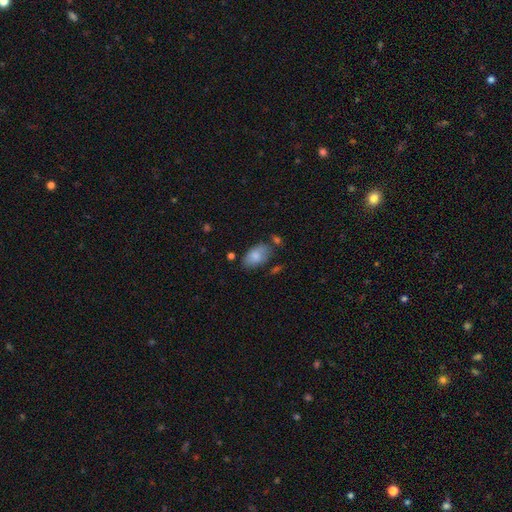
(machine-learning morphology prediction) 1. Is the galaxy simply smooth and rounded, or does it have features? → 80% smooth, 13% featured or disk, 7% star or artifact.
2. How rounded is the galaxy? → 93% in between, 5% round, 2% cigar-shaped.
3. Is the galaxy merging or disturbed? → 67% none, 21% minor disturbance, 6% merger, 5% major disturbance.